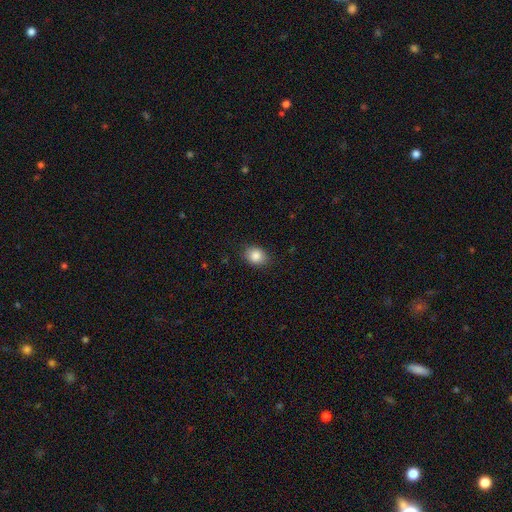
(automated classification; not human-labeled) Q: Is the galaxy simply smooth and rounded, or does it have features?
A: smooth — 86%.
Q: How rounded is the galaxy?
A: in between — 53%.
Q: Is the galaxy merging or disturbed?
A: none — 86%.